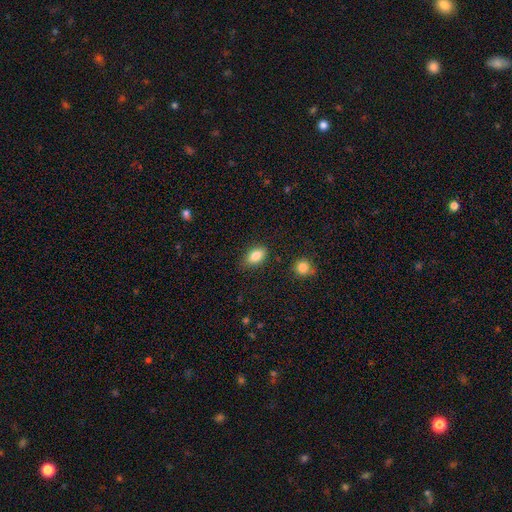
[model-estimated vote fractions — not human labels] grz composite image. It shows a smooth galaxy with no disk features (83%) that is in between round and cigar-shaped (88%). Merging: none (84%).